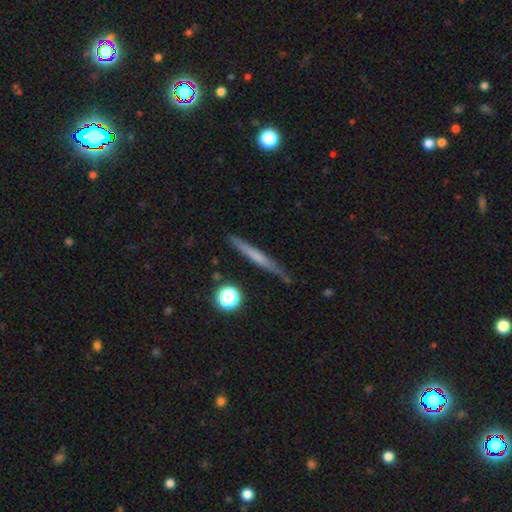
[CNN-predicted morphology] smooth_or_featured: smooth (p=0.49) [alt: featured or disk p=0.43]
merging: none (p=0.83) [alt: minor disturbance p=0.12]